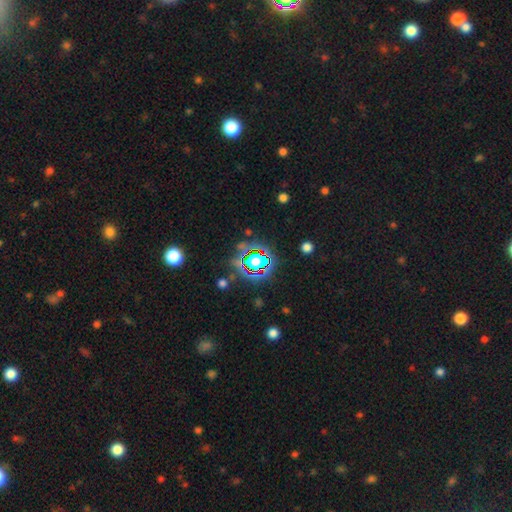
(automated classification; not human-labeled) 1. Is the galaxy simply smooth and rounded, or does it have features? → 61% star or artifact, 25% smooth, 14% featured or disk.